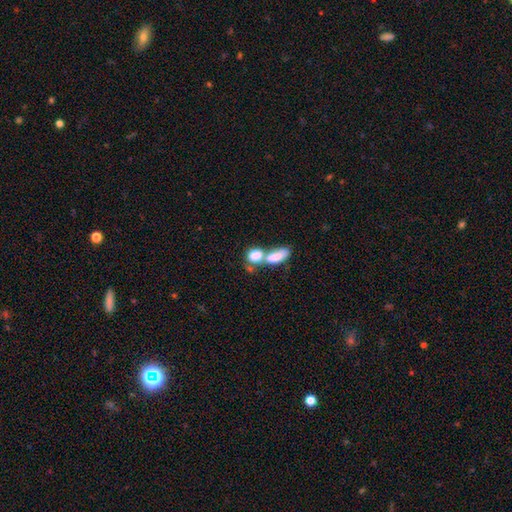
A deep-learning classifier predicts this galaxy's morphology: smooth 78%, featured or disk 14%, star or artifact 9%. Down the decision tree: how rounded — in between (61%); merging — merger (64%).